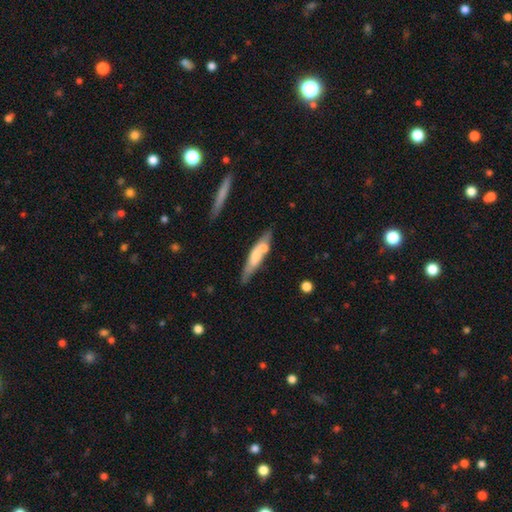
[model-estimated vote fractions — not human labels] A smooth galaxy with no disk features (52%) that is cigar-shaped (79%).

Vote fractions:
- Smooth or featured? smooth: 52% / featured or disk: 42% / star or artifact: 6%
- How rounded? cigar-shaped: 79% / in between: 19% / round: 2%
- Merging? none: 62% / merger: 17% / minor disturbance: 17% / major disturbance: 4%